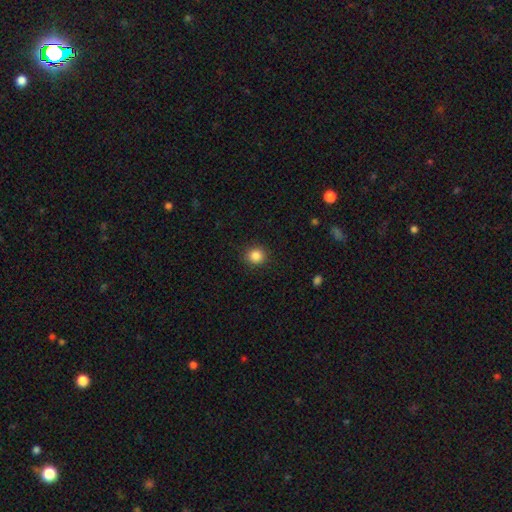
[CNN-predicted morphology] This appears to be a smooth galaxy with no disk features (86%) that is round (89%). Merging: none (91%).